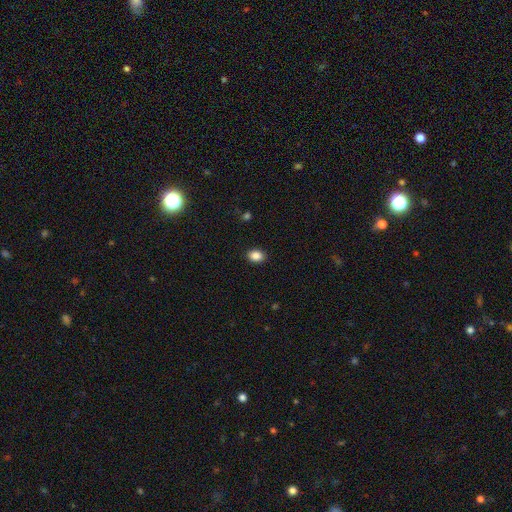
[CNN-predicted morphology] Smooth or featured: smooth — 87% (star or artifact — 9%)
How rounded: in between — 71% (round — 28%)
Merging: none — 90% (minor disturbance — 7%)